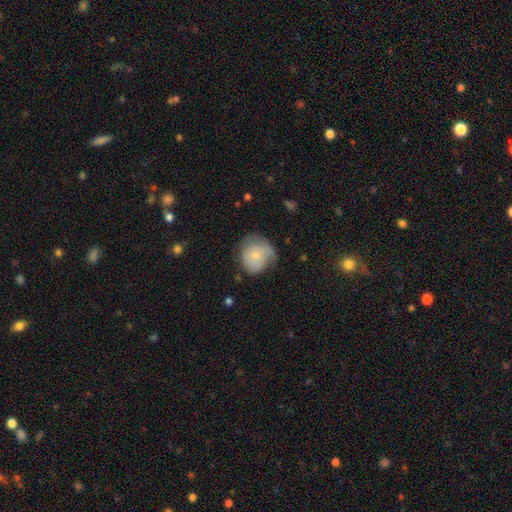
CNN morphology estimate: This is likely a smooth galaxy (65%). How rounded: likely round (80%). Merging: possibly none (49%).